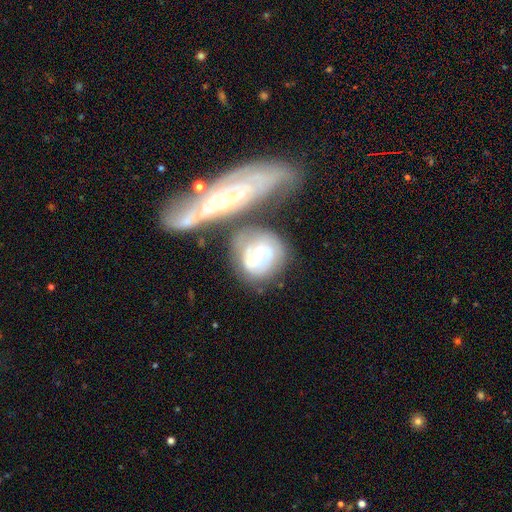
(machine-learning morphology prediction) This is likely a featured or disk galaxy (66%). It is clearly not viewed edge-on (94%). Bar: possibly no (48%). Spiral arm pattern: likely yes (71%). Central bulge: possibly small (50%). Merging: marginally merger (39%).